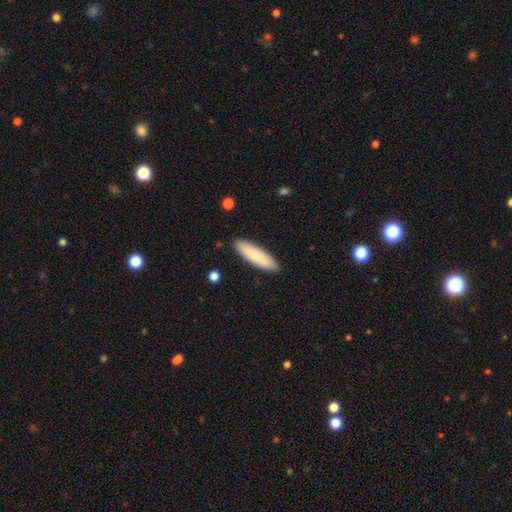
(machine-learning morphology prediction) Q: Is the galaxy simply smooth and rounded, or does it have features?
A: smooth — 84%.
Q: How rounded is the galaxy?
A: cigar-shaped — 70%.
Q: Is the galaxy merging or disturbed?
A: none — 90%.